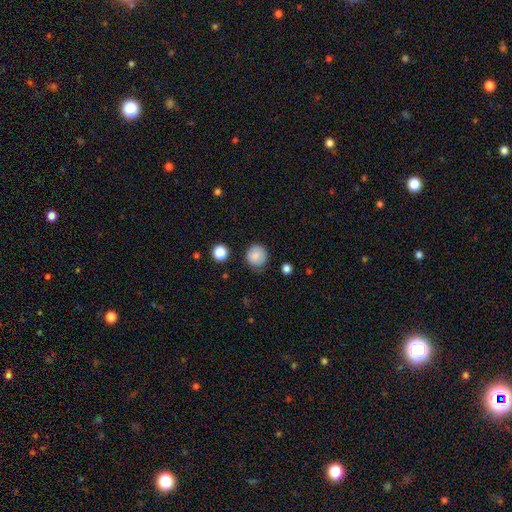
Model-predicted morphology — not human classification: This appears to be a smooth galaxy with no disk features (85%) that is round (91%). Merging: none (81%).